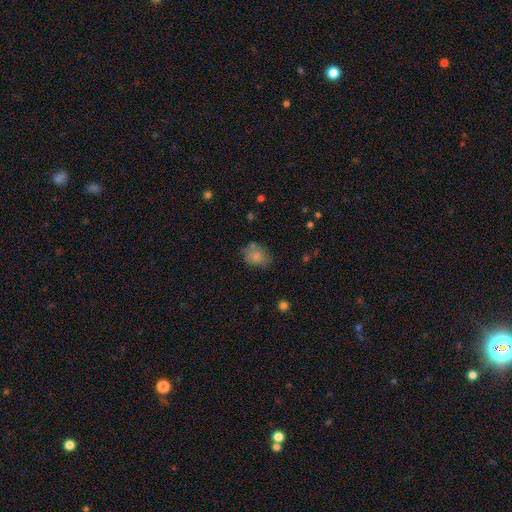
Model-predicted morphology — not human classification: type=smooth (78%); roundness=in between (62%); merging=none (66%).